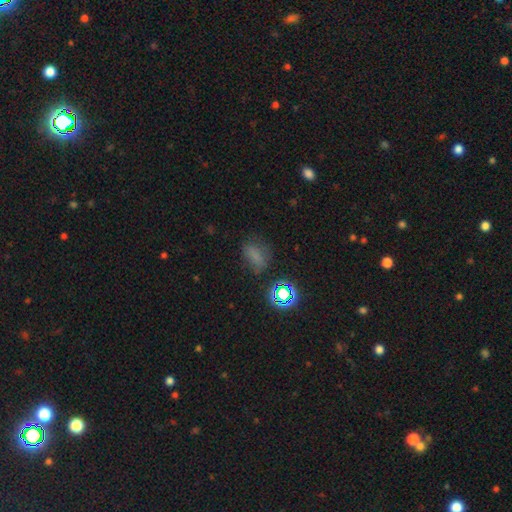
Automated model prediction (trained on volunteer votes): The model was most divided on "smooth or featured": smooth: 64%, star or artifact: 25%, featured or disk: 10%. More confident: how rounded — in between (68%); merging — none (66%).